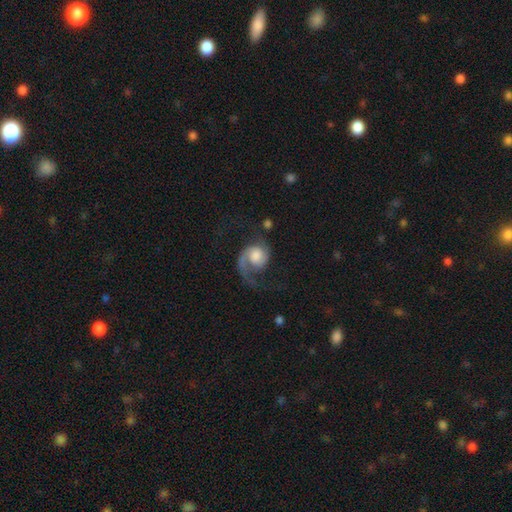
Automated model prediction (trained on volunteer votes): Q: Smooth or featured?
A: featured or disk (82%); runner-up: smooth (12%)
Q: Edge-on disk?
A: no (98%); runner-up: yes (2%)
Q: Bar?
A: no (72%); runner-up: weak (24%)
Q: Spiral arms?
A: yes (96%); runner-up: no (4%)
Q: Spiral winding?
A: loose (45%); runner-up: medium (40%)
Q: Spiral arm count?
A: 2 (52%); runner-up: 1 (43%)
Q: Bulge size?
A: large (37%); runner-up: moderate (32%)
Q: Merging?
A: none (52%); runner-up: major disturbance (28%)